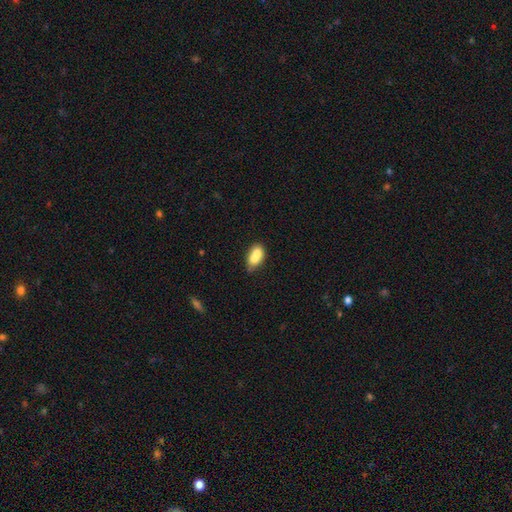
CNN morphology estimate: A smooth galaxy with no disk features (74%) that is in between round and cigar-shaped (84%).

Vote fractions:
- Smooth or featured? smooth: 74% / featured or disk: 18% / star or artifact: 8%
- How rounded? in between: 84% / round: 12% / cigar-shaped: 4%
- Merging? merger: 44% / none: 34% / minor disturbance: 16% / major disturbance: 5%